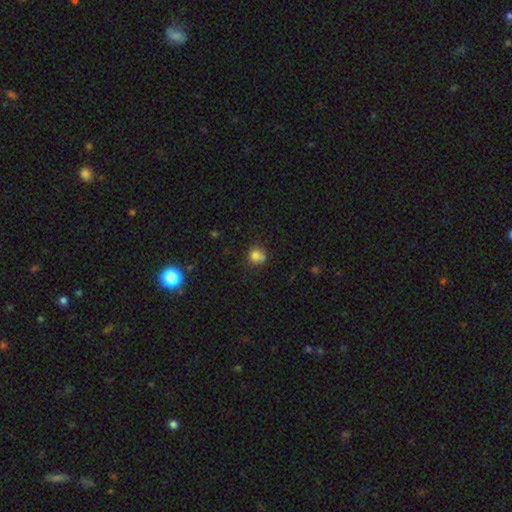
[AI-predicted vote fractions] This is likely a smooth galaxy (74%). How rounded: likely round (79%). Merging: possibly none (46%).